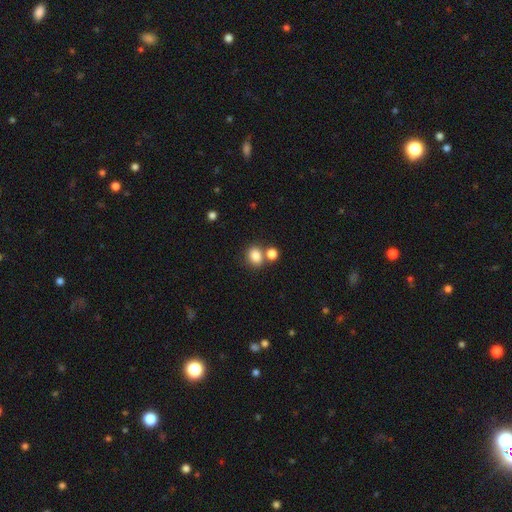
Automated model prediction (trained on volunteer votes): smooth_or_featured: smooth (p=0.83) [alt: star or artifact p=0.11]
how_rounded: round (p=0.53) [alt: in between p=0.45]
merging: none (p=0.59) [alt: merger p=0.28]